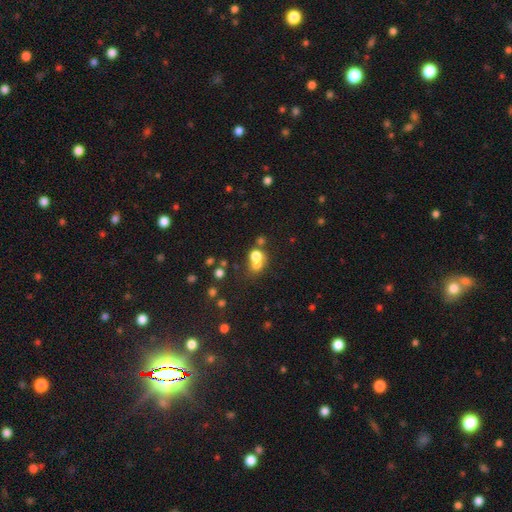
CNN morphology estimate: Smooth or featured?
  - smooth: 67% *
  - star or artifact: 17%
  - featured or disk: 16%
How rounded?
  - round: 74% *
  - in between: 24%
  - cigar-shaped: 1%
Merging?
  - merger: 54% *
  - none: 34%
  - minor disturbance: 7%
  - major disturbance: 5%